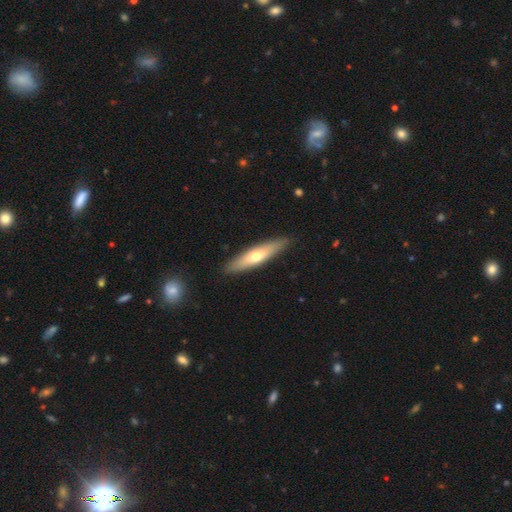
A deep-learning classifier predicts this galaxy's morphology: This is possibly a smooth galaxy (54%). How rounded: likely cigar-shaped (77%). Merging: clearly none (89%).